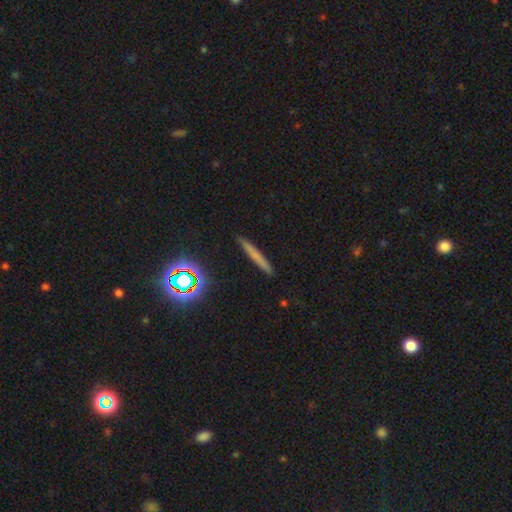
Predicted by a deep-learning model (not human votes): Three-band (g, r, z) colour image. It shows a smooth galaxy with no disk features (59%) that is cigar-shaped (94%). Merging: none (90%).